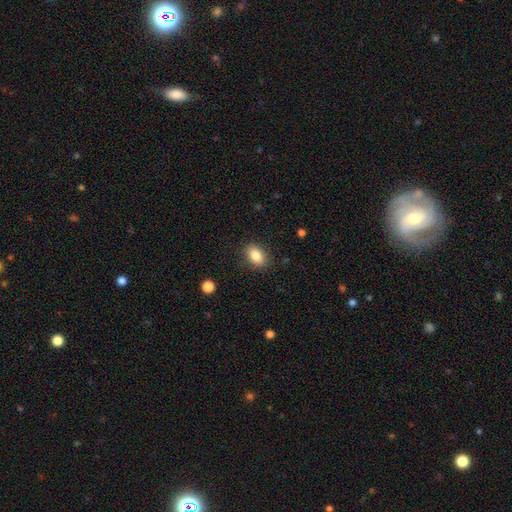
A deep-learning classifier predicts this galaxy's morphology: This appears to be a smooth galaxy with no disk features (85%) that is in between round and cigar-shaped (82%). Merging: none (86%).